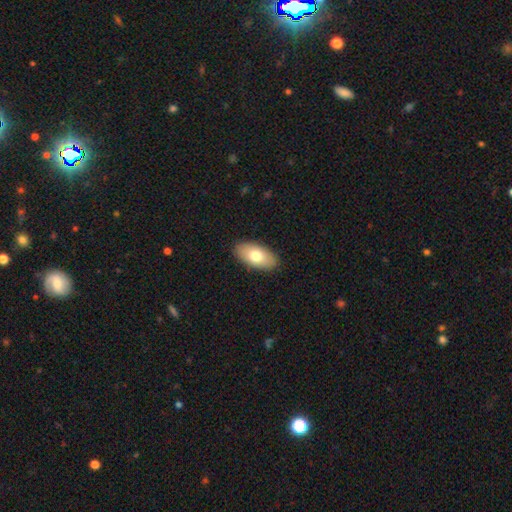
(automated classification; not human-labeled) smooth 75%, featured or disk 19%, star or artifact 6%. Down the decision tree: how rounded — in between (94%); merging — none (89%).